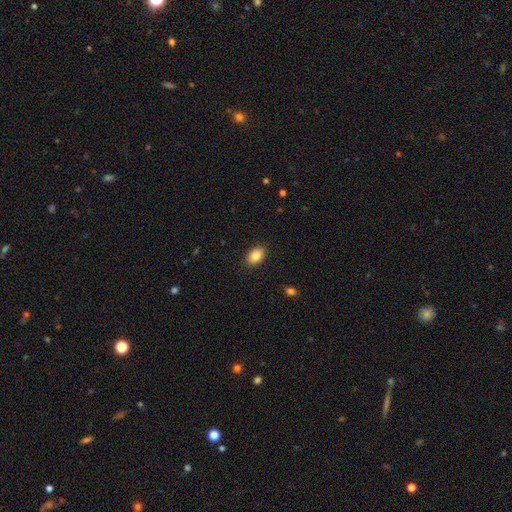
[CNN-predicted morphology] smooth-or-featured: smooth: 85% | star or artifact: 8% | featured or disk: 7%
  how-rounded: in between: 89% | round: 10% | cigar-shaped: 1%
  merging: none: 89% | minor disturbance: 8% | major disturbance: 2% | merger: 1%